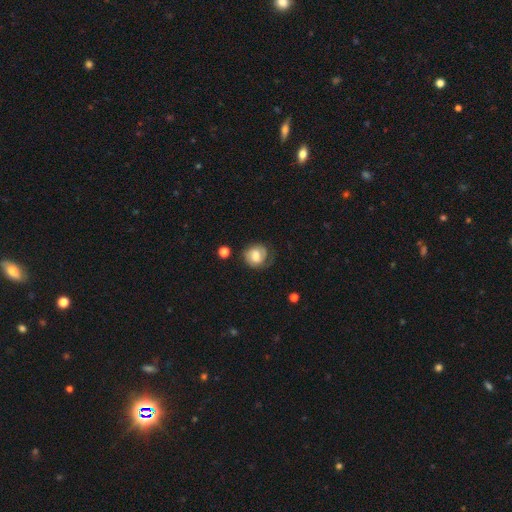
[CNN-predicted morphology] smooth_or_featured: smooth (p=0.49) [alt: featured or disk p=0.43]
merging: none (p=0.58) [alt: minor disturbance p=0.25]